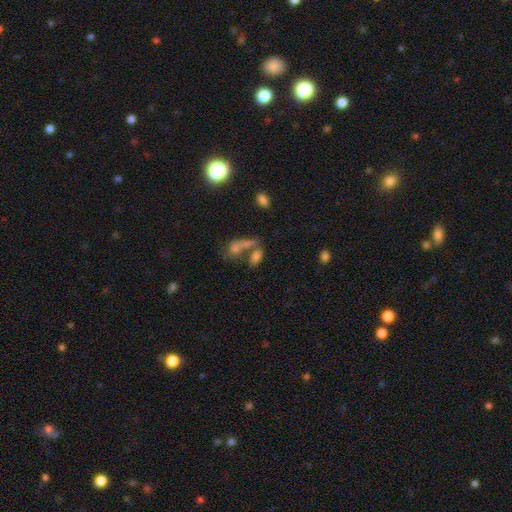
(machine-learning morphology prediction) type=smooth (64%); roundness=in between (69%); merging=merger (46%).